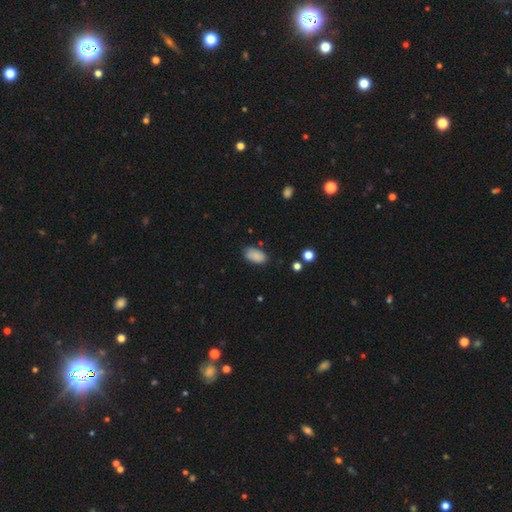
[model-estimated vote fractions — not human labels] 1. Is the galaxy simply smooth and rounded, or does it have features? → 85% smooth, 8% star or artifact, 7% featured or disk.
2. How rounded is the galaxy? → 94% in between, 5% round, 2% cigar-shaped.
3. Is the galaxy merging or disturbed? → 75% none, 19% minor disturbance, 4% major disturbance, 2% merger.